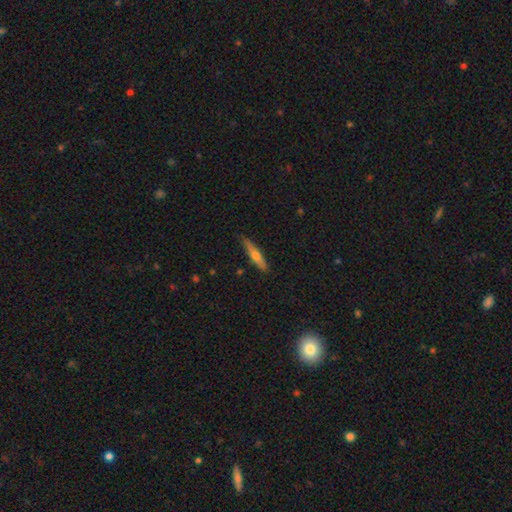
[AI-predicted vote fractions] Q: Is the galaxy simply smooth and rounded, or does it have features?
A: smooth — 48%.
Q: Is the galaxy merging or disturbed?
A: none — 83%.